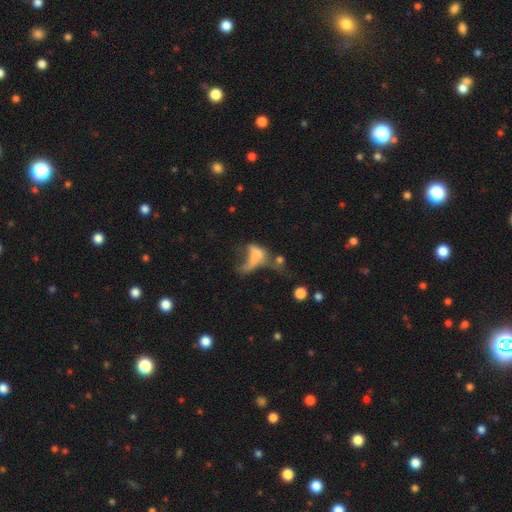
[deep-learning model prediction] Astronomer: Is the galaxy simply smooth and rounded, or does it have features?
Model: smooth — 49% (runner-up: featured or disk, 36%).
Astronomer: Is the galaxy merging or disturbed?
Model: major disturbance — 46% (runner-up: merger, 32%).